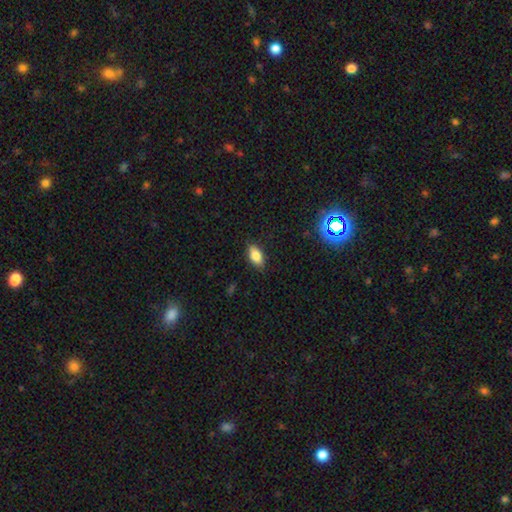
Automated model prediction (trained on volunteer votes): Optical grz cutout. It shows a smooth galaxy with no disk features (79%) that is in between round and cigar-shaped (88%). Merging: none (85%).